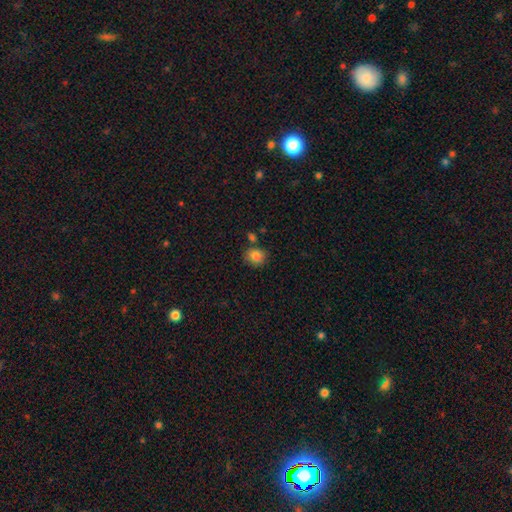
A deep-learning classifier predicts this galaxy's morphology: Smooth or featured? smooth (84%)
How rounded? round (74%)
Merging? none (77%)